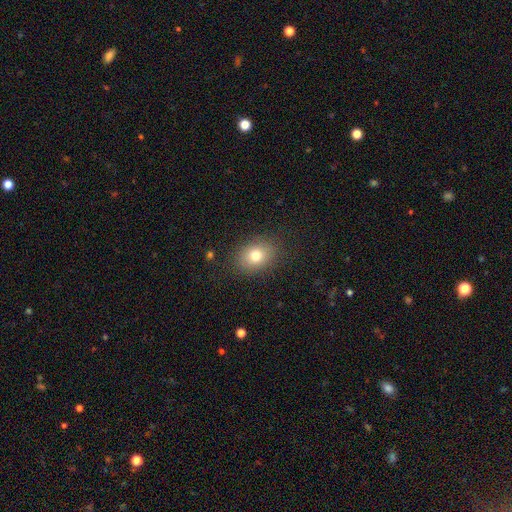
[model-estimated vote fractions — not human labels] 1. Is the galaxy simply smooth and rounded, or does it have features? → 77% smooth, 12% featured or disk, 11% star or artifact.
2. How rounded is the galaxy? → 61% in between, 38% round, 1% cigar-shaped.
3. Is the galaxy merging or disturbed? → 85% none, 10% minor disturbance, 4% major disturbance, 1% merger.